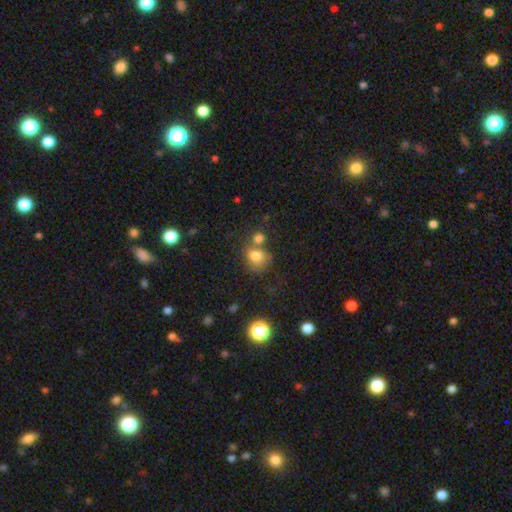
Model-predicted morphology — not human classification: A smooth galaxy with no disk features (77%) that is round (61%). Merging: none (40%).